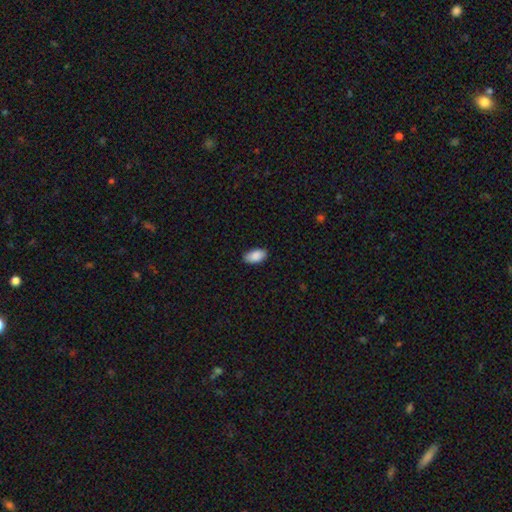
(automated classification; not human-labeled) Q: Smooth or featured?
A: smooth (89%); runner-up: star or artifact (6%)
Q: How rounded?
A: in between (95%); runner-up: cigar-shaped (3%)
Q: Merging?
A: none (87%); runner-up: minor disturbance (10%)